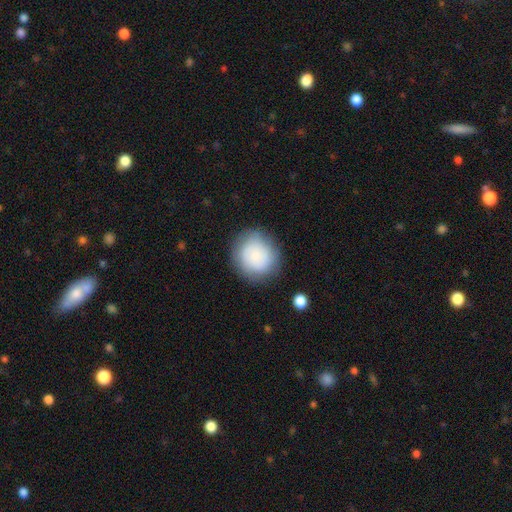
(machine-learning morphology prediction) type=smooth (80%); roundness=round (86%); merging=none (79%).